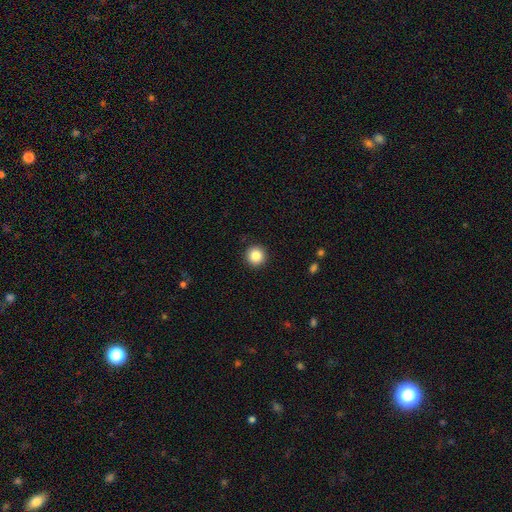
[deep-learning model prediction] This appears to be a smooth galaxy with no disk features (86%) that is round (95%). Merging: none (92%).